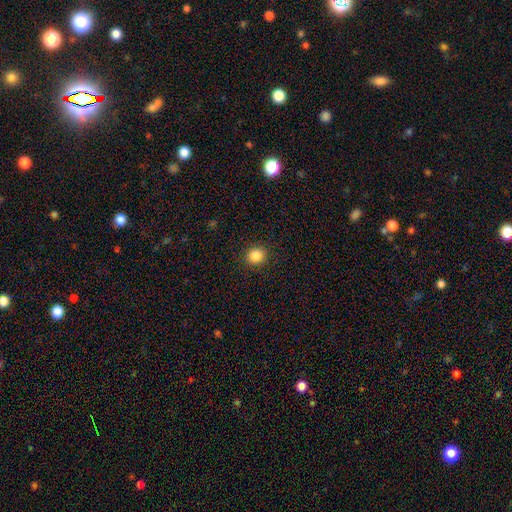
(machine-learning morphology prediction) smooth-or-featured: smooth: 86% | star or artifact: 10% | featured or disk: 4%
  how-rounded: round: 84% | in between: 15% | cigar-shaped: 1%
  merging: none: 91% | minor disturbance: 6% | major disturbance: 2% | merger: 1%